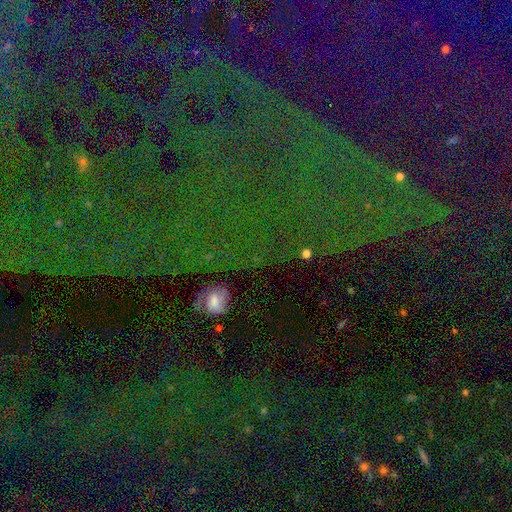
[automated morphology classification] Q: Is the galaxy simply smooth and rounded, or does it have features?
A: star or artifact — 83%.